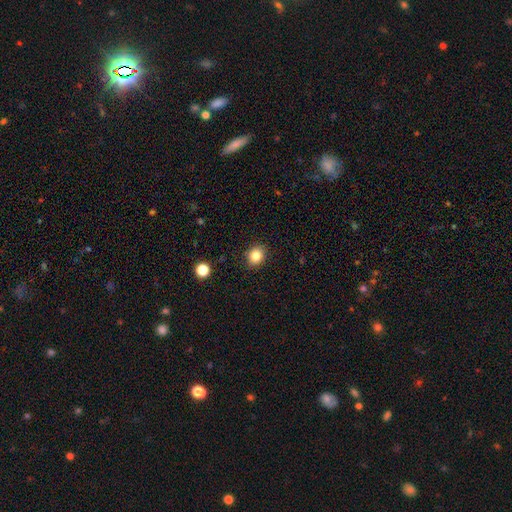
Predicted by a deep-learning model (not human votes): smooth_or_featured: smooth (p=0.83) [alt: star or artifact p=0.11]
how_rounded: round (p=0.61) [alt: in between p=0.39]
merging: none (p=0.89) [alt: minor disturbance p=0.08]